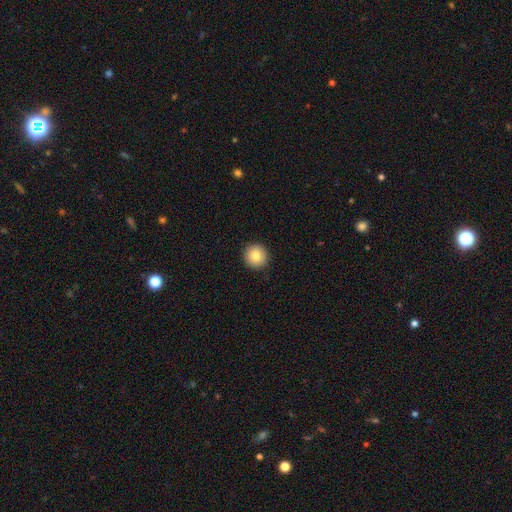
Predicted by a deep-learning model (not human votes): Smooth or featured?
  - smooth: 83% *
  - star or artifact: 9%
  - featured or disk: 8%
How rounded?
  - round: 95% *
  - in between: 4%
  - cigar-shaped: 1%
Merging?
  - none: 92% *
  - minor disturbance: 5%
  - major disturbance: 2%
  - merger: 1%